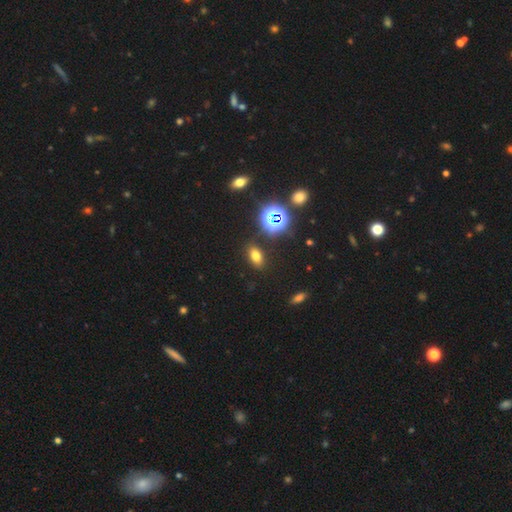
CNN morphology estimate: This appears to be a smooth galaxy with no disk features (65%) that is in between round and cigar-shaped (81%). Merging: none (86%).